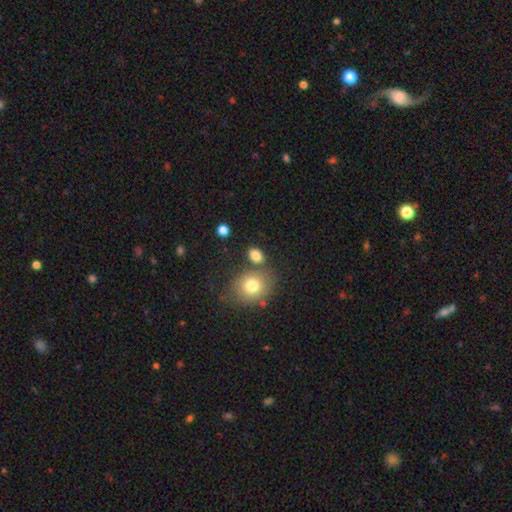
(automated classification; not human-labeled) smooth_or_featured: smooth (p=0.82) [alt: star or artifact p=0.10]
how_rounded: in between (p=0.64) [alt: round p=0.34]
merging: none (p=0.67) [alt: merger p=0.16]